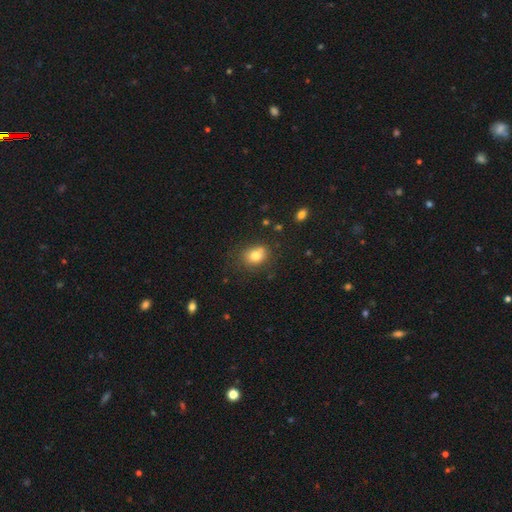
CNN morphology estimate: Smooth or featured? Predicted: smooth (p=0.79). How rounded? Predicted: in between (p=0.59). Merging? Predicted: none (p=0.69).